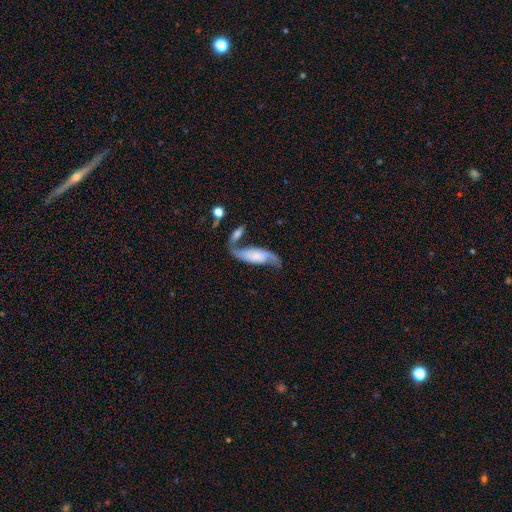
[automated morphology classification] smooth_or_featured: featured or disk (p=0.70) [alt: smooth p=0.23]
disk_edge_on: no (p=0.86) [alt: yes p=0.14]
bar: no (p=0.61) [alt: weak p=0.27]
has_spiral_arms: yes (p=0.92) [alt: no p=0.08]
spiral_winding: loose (p=0.71) [alt: medium p=0.21]
spiral_arm_count: 2 (p=0.89) [alt: 1 p=0.04]
bulge_size: small (p=0.37) [alt: none p=0.27]
merging: none (p=0.47) [alt: merger p=0.21]